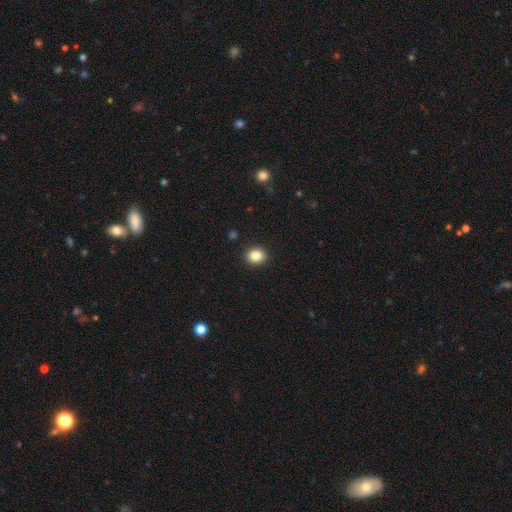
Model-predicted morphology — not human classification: The model was most divided on "how rounded": round: 67%, in between: 32%, cigar-shaped: 1%. More confident: merging — none (91%); smooth or featured — smooth (85%).